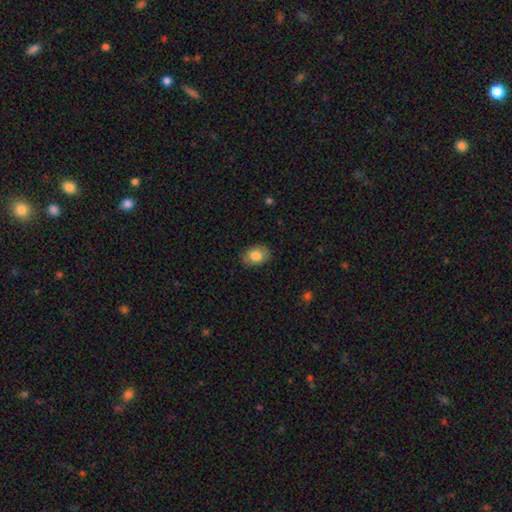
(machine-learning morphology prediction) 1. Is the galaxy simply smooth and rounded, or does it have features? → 82% smooth, 11% featured or disk, 8% star or artifact.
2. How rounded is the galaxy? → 79% in between, 20% round, 1% cigar-shaped.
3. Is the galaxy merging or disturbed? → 85% none, 12% minor disturbance, 3% major disturbance, 1% merger.